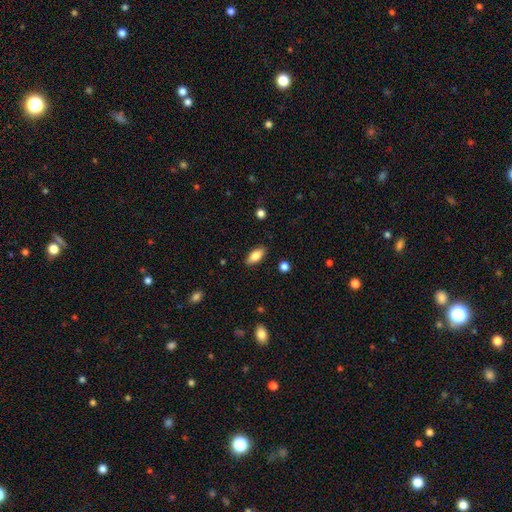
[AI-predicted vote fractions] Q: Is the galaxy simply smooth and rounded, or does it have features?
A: smooth — 76%.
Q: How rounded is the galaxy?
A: in between — 84%.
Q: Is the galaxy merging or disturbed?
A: none — 88%.